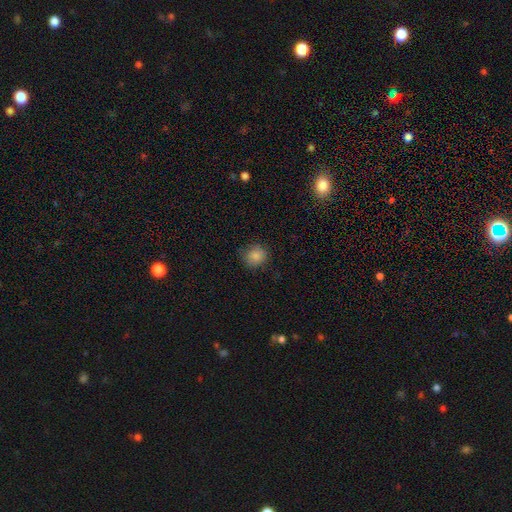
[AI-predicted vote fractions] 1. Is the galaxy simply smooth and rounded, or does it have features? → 85% smooth, 10% star or artifact, 6% featured or disk.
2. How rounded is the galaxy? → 83% round, 16% in between, 1% cigar-shaped.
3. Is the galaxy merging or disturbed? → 80% none, 15% minor disturbance, 4% major disturbance, 1% merger.